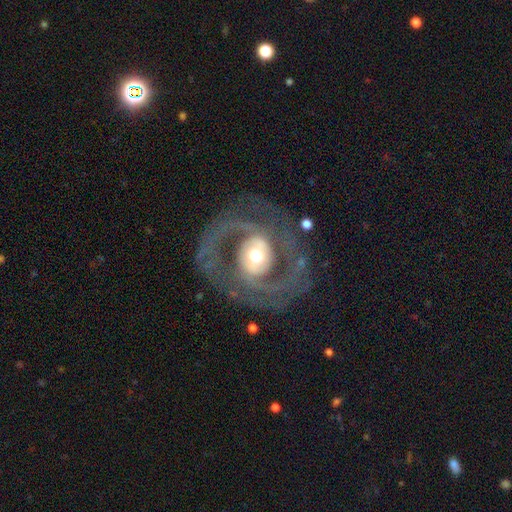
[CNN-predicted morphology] Smooth or featured? featured or disk (85%)
Edge-on disk? no (97%)
Bar? no (55%)
Spiral arms? yes (90%)
Spiral winding? medium (48%)
Spiral arm count? 2 (74%)
Bulge size? moderate (54%)
Merging? none (73%)